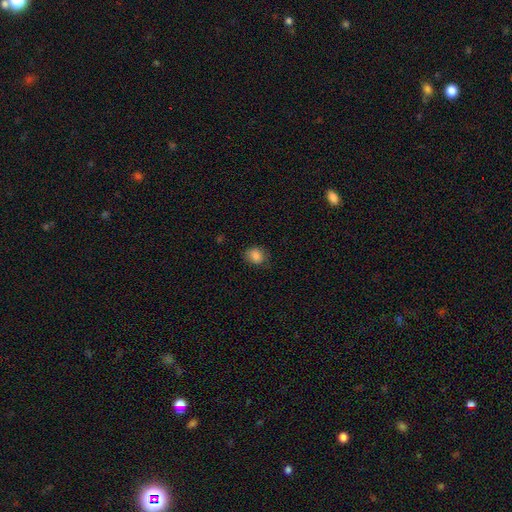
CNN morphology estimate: Smooth or featured? smooth (85%)
How rounded? round (57%)
Merging? none (74%)